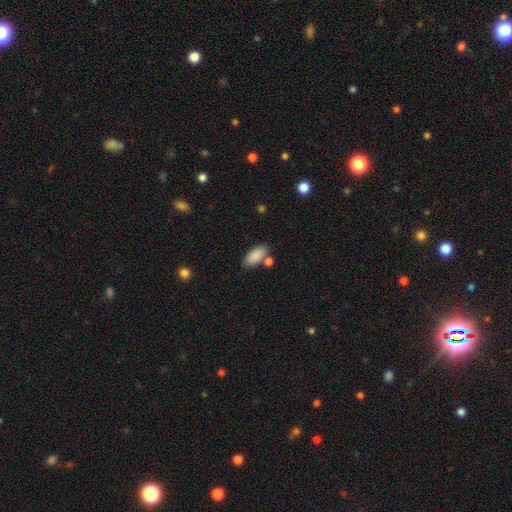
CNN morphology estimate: Smooth or featured? Predicted: smooth (p=0.88). How rounded? Predicted: in between (p=0.88). Merging? Predicted: none (p=0.70).